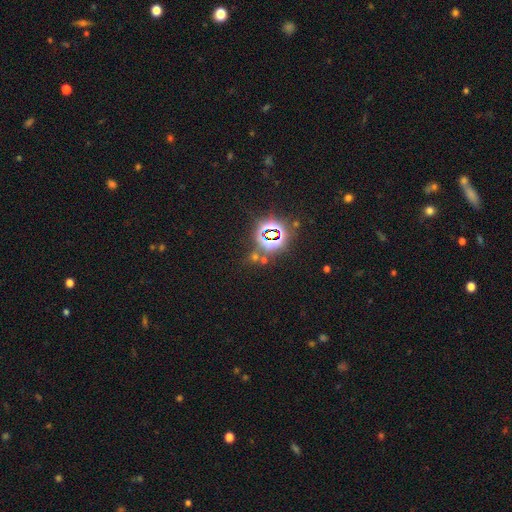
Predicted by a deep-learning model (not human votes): smooth_or_featured: star or artifact (p=0.78) [alt: smooth p=0.14]